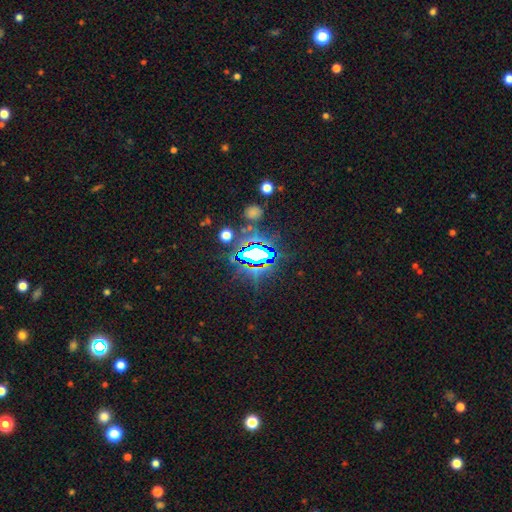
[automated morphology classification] This is likely a star or artifact rather than a galaxy (73%).